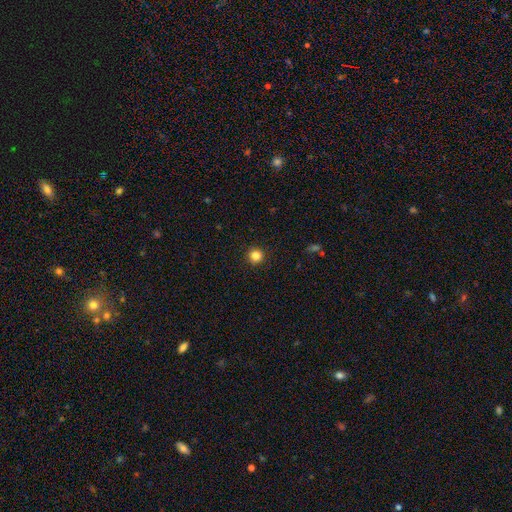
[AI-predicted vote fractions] This is clearly a smooth galaxy (84%). How rounded: clearly round (95%). Merging: clearly none (92%).